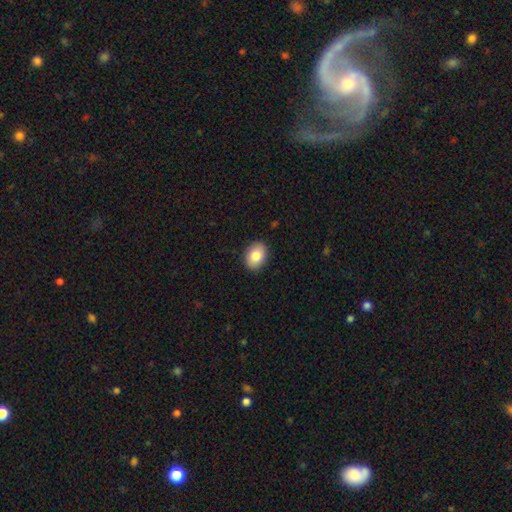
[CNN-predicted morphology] type=smooth (83%); roundness=in between (70%); merging=none (90%).